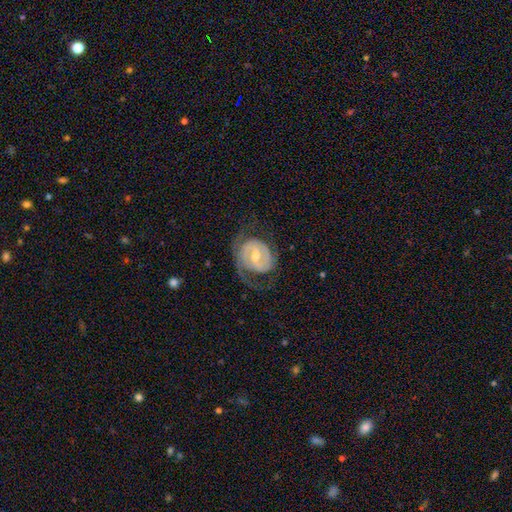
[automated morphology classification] This appears to be a featured or disk galaxy (84%) with a weak bar (48%), 2 (70%) tight (50%) spiral arms (92%) and a moderate central bulge (54%). Merging: none (64%).